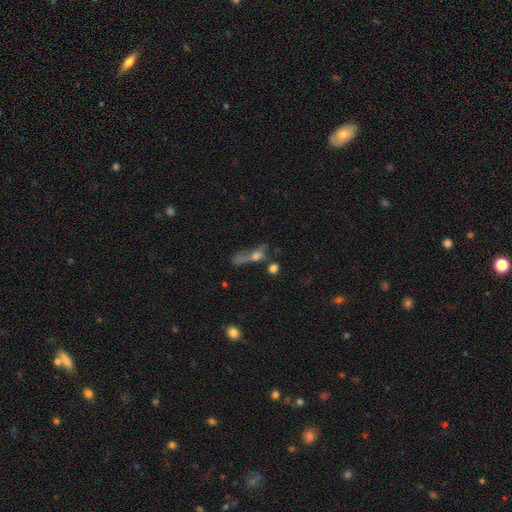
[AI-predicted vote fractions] Morphology: type=smooth (41%); merging=none (33%).